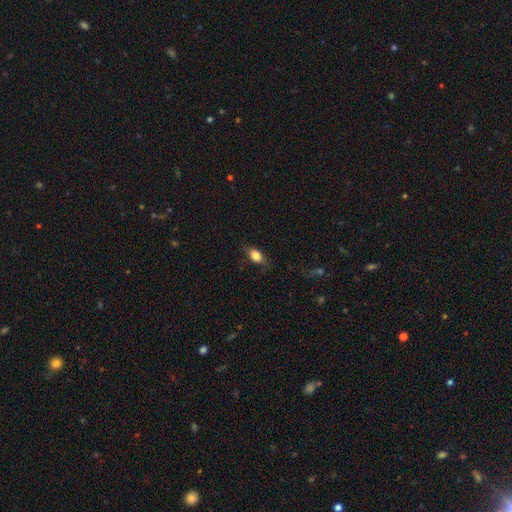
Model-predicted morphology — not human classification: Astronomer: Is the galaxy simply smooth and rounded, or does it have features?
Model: smooth — 80%.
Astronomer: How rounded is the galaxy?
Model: in between — 81%.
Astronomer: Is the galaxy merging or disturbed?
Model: none — 74%.